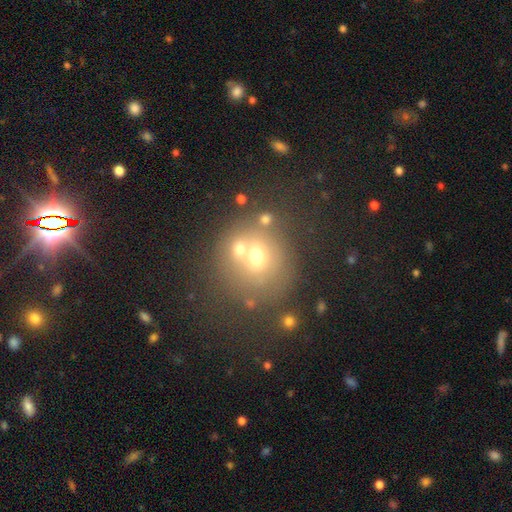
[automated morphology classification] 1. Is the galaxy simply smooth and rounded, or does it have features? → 56% smooth, 25% featured or disk, 19% star or artifact.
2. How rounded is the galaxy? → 80% round, 19% in between, 1% cigar-shaped.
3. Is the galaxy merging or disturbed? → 46% none, 37% merger, 10% minor disturbance, 6% major disturbance.